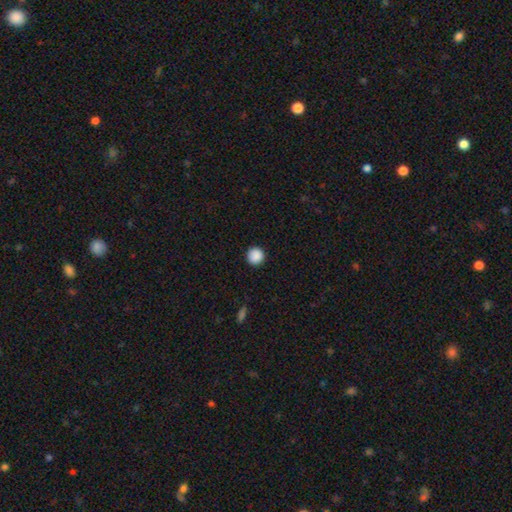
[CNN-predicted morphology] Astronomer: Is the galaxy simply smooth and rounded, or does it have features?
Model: smooth — 89%.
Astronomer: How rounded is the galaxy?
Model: round — 95%.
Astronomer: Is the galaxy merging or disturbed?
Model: none — 92%.